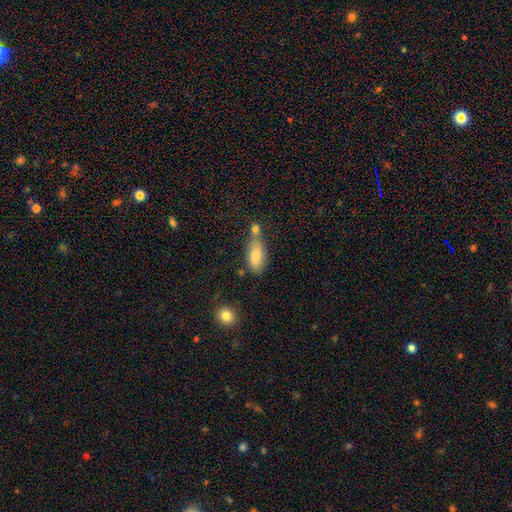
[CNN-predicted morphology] Q: Smooth or featured?
A: smooth (81%); runner-up: featured or disk (11%)
Q: How rounded?
A: in between (84%); runner-up: cigar-shaped (13%)
Q: Merging?
A: merger (37%); runner-up: none (36%)